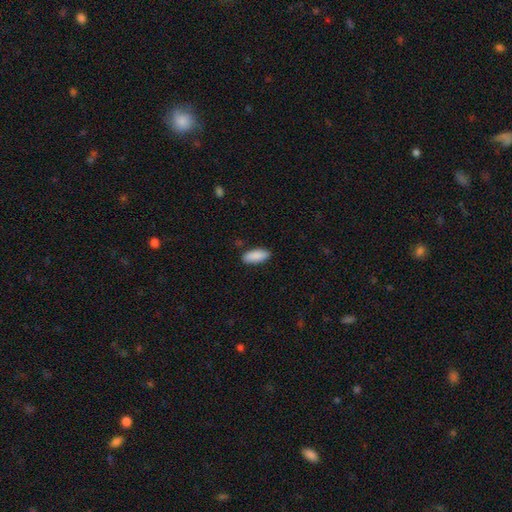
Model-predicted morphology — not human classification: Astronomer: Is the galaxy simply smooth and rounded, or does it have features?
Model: smooth — 90%.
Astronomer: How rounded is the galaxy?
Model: in between — 81%.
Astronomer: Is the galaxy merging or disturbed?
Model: none — 87%.